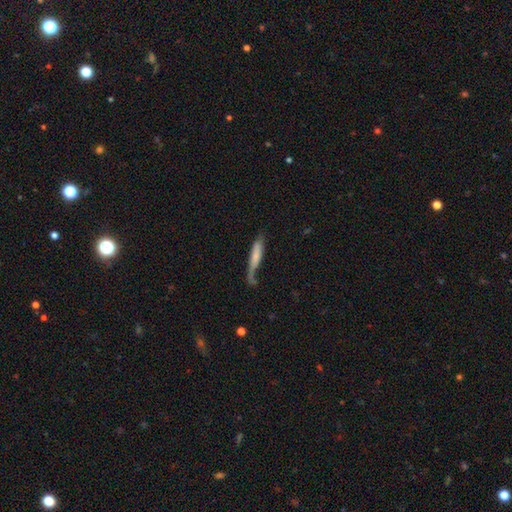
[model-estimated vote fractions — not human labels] Smooth or featured? smooth (66%)
How rounded? cigar-shaped (83%)
Merging? none (41%)